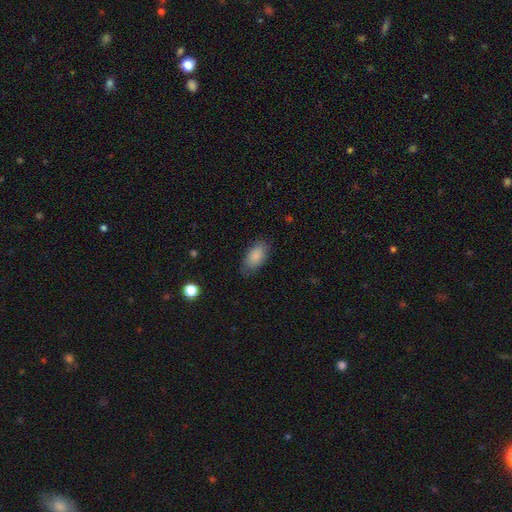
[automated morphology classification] A smooth galaxy with no disk features (86%) that is in between round and cigar-shaped (93%). Merging: none (79%).